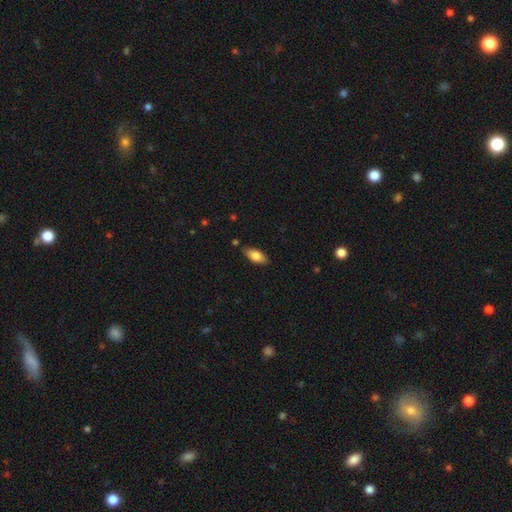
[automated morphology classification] A smooth galaxy with no disk features (78%) that is in between round and cigar-shaped (86%).

Vote fractions:
- Smooth or featured? smooth: 78% / featured or disk: 15% / star or artifact: 6%
- How rounded? in between: 86% / cigar-shaped: 12% / round: 2%
- Merging? none: 85% / minor disturbance: 11% / major disturbance: 2% / merger: 2%